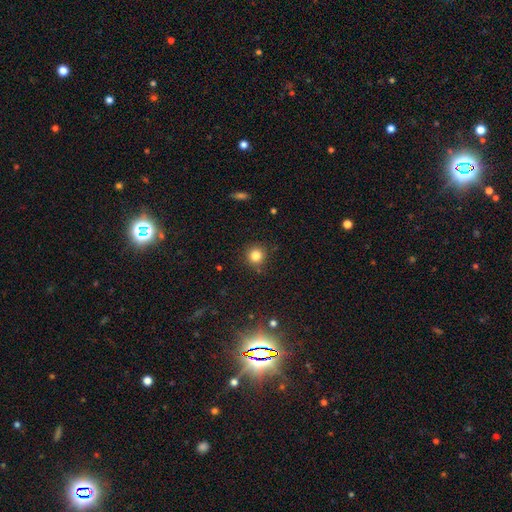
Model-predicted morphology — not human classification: Smooth or featured? smooth (82%)
How rounded? round (93%)
Merging? none (86%)